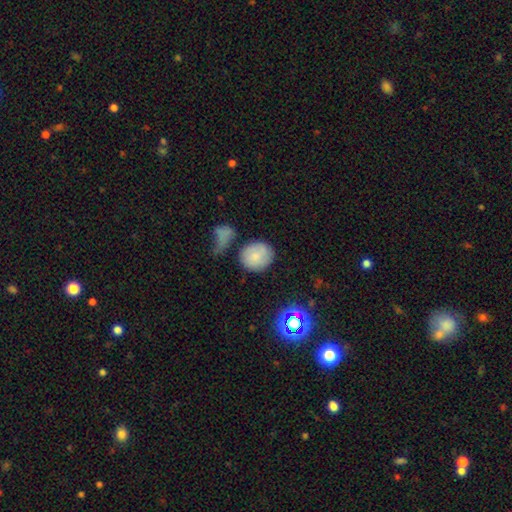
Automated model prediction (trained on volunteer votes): smooth 78%, featured or disk 13%, star or artifact 9%. Down the decision tree: how rounded — round (76%); merging — none (66%).